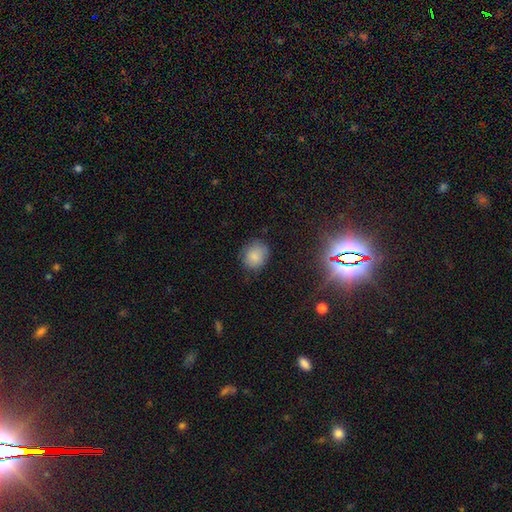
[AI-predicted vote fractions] Smooth or featured: smooth — 83% (star or artifact — 11%)
How rounded: round — 72% (in between — 27%)
Merging: none — 75% (minor disturbance — 19%)